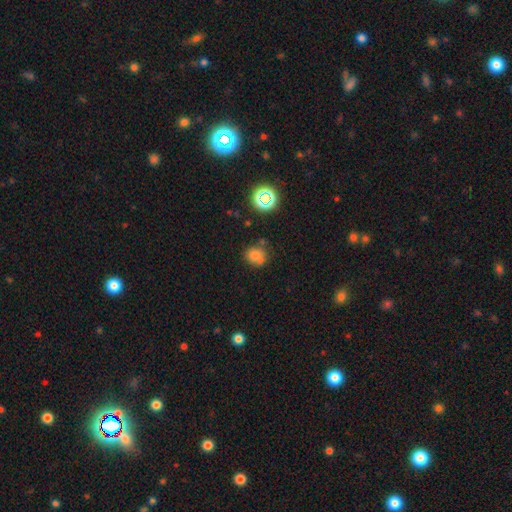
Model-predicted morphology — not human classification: Overall: smooth (71%). How rounded: round (80%). Merging: none (64%).